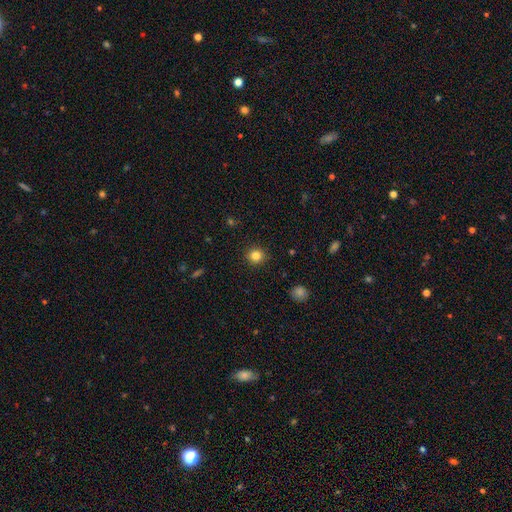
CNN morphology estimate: smooth-or-featured: smooth: 83% | star or artifact: 12% | featured or disk: 5%
  how-rounded: round: 93% | in between: 6% | cigar-shaped: 1%
  merging: none: 92% | minor disturbance: 5% | major disturbance: 2% | merger: 1%